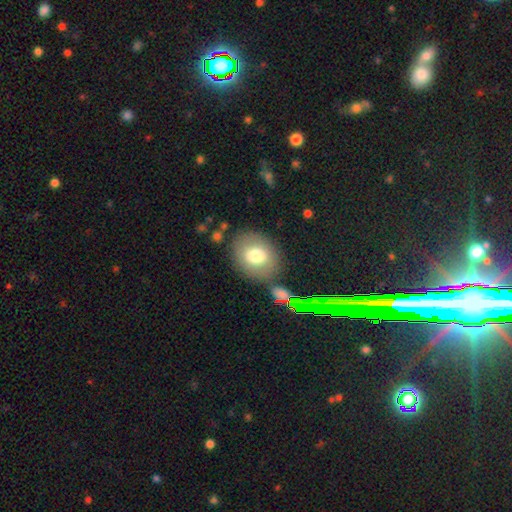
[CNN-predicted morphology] This is likely a smooth galaxy (75%). How rounded: possibly round (58%). Merging: likely none (75%).